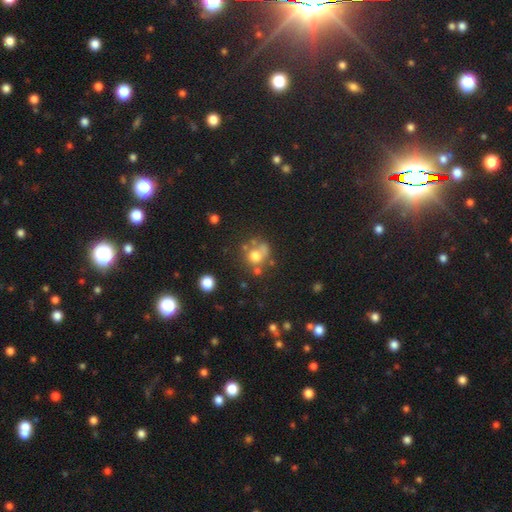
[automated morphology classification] Smooth or featured: smooth — 66% (featured or disk — 19%)
How rounded: round — 78% (in between — 21%)
Merging: none — 46% (merger — 24%)